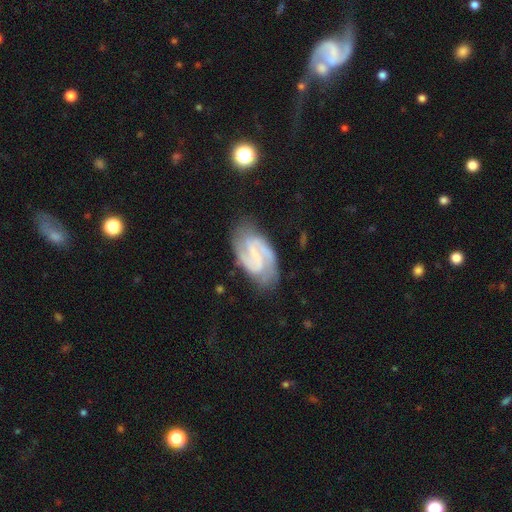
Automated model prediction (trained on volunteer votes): Smooth or featured: featured or disk — 86% (smooth — 8%)
Edge-on disk: no — 97% (yes — 3%)
Bar: weak — 45% (strong — 29%)
Spiral arms: yes — 97% (no — 3%)
Spiral winding: medium — 48% (tight — 38%)
Spiral arm count: 2 — 81% (3 — 8%)
Bulge size: none — 49% (small — 40%)
Merging: none — 74% (minor disturbance — 17%)